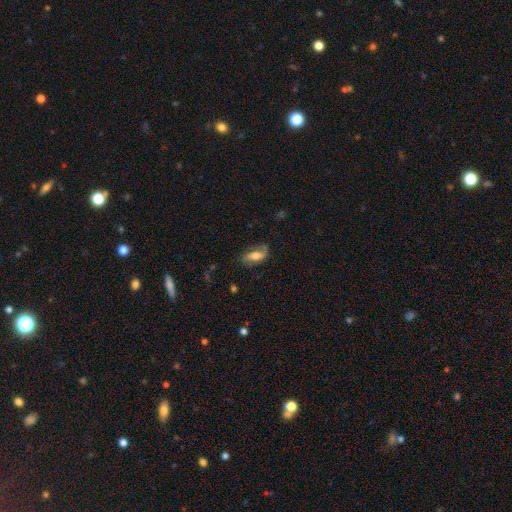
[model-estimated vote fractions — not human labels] This appears to be a featured or disk galaxy (60%) with no bar (41%), spiral arms (85%) and a moderate central bulge (56%). Merging: none (67%).